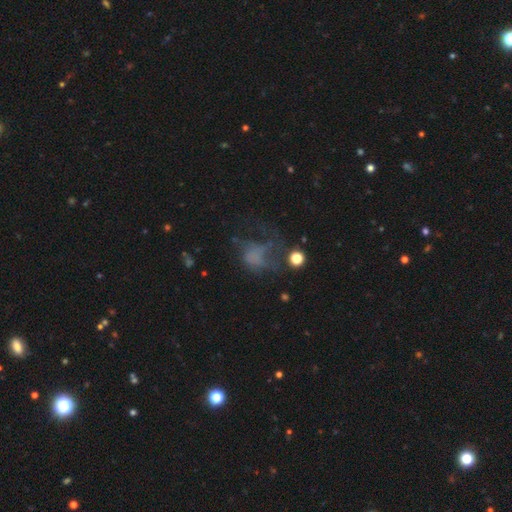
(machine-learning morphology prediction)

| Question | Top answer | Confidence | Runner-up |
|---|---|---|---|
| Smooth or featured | smooth | 44% | featured or disk (33%) |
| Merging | major disturbance | 49% | none (29%) |